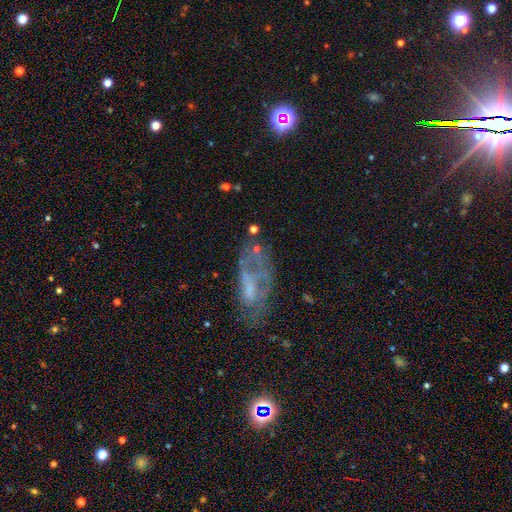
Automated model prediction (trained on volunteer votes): featured or disk 52%, smooth 35%, star or artifact 13%. Down the decision tree: edge-on disk — no (91%); merging — none (38%).